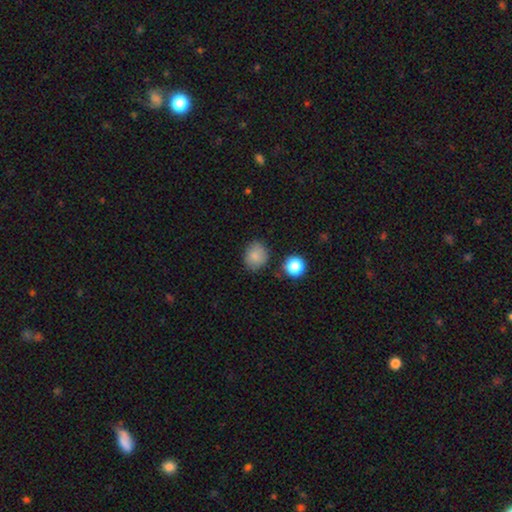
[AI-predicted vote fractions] Q: Smooth or featured?
A: smooth (84%); runner-up: star or artifact (10%)
Q: How rounded?
A: round (68%); runner-up: in between (31%)
Q: Merging?
A: none (79%); runner-up: minor disturbance (14%)